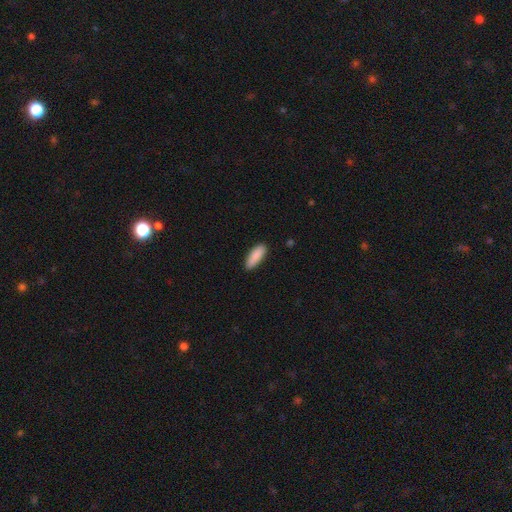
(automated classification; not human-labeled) Smooth or featured? smooth (89%)
How rounded? in between (64%)
Merging? none (86%)